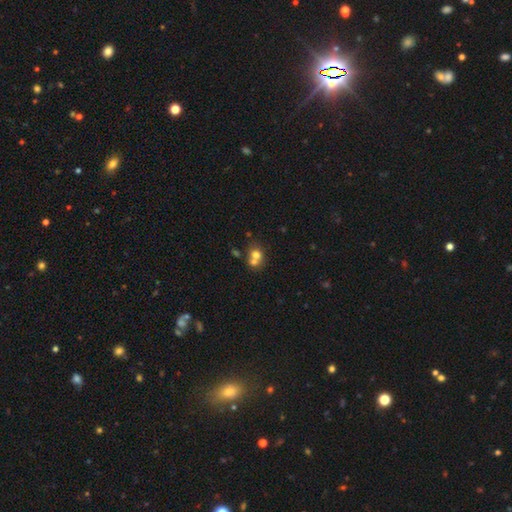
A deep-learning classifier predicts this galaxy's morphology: Smooth or featured? smooth (68%)
How rounded? round (71%)
Merging? merger (57%)